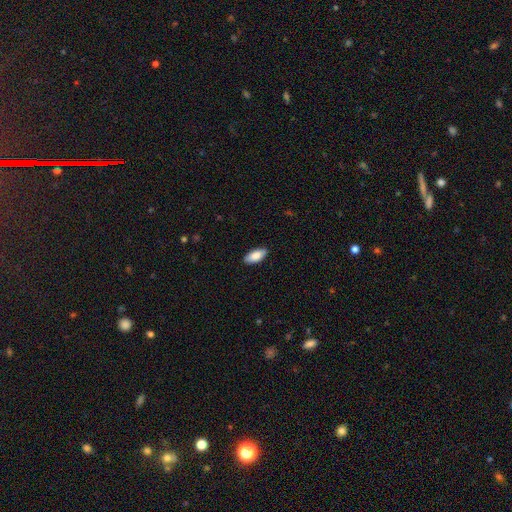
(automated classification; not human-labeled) Morphology: type=smooth (87%); roundness=in between (87%); merging=none (89%).